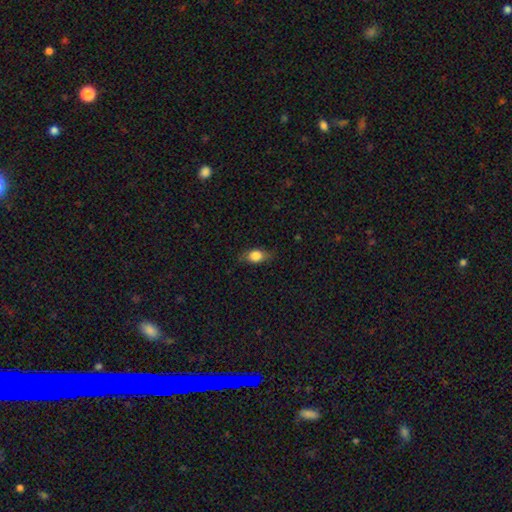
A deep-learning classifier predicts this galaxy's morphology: smooth 77%, featured or disk 15%, star or artifact 8%. Down the decision tree: how rounded — in between (74%); merging — none (76%).